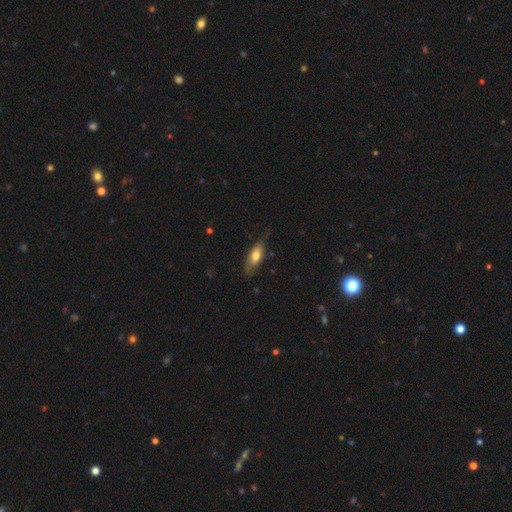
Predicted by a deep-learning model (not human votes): The model was most divided on "smooth or featured": smooth: 66%, featured or disk: 27%, star or artifact: 6%. More confident: how rounded — in between (74%); merging — none (68%).